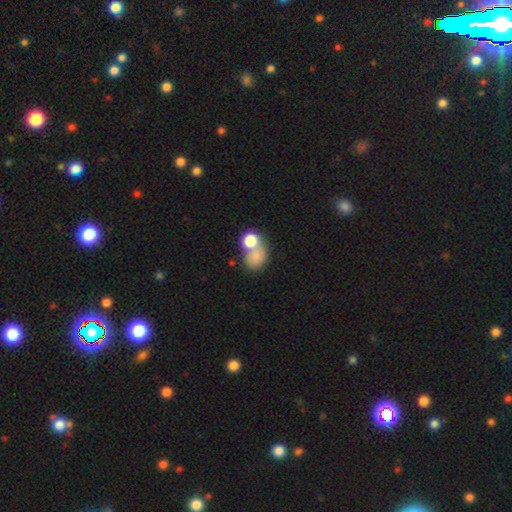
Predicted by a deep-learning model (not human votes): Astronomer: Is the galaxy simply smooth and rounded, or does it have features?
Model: smooth — 77%.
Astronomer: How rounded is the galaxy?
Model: round — 51% (runner-up: in between, 47%).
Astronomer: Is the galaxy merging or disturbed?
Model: merger — 53% (runner-up: none, 28%).